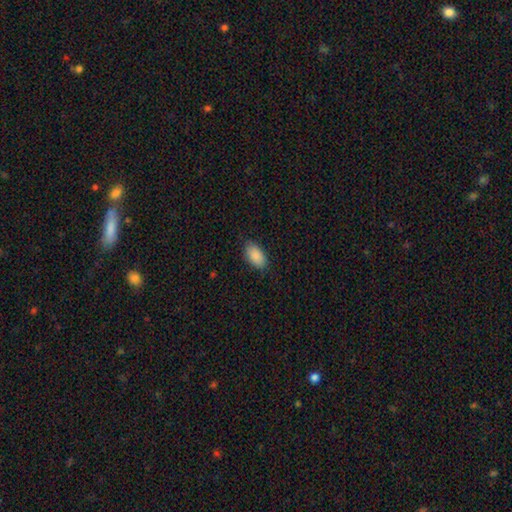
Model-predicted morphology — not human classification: Smooth or featured?
  - smooth: 89% *
  - star or artifact: 7%
  - featured or disk: 4%
How rounded?
  - in between: 94% *
  - round: 4%
  - cigar-shaped: 2%
Merging?
  - none: 84% *
  - minor disturbance: 13%
  - major disturbance: 3%
  - merger: 1%